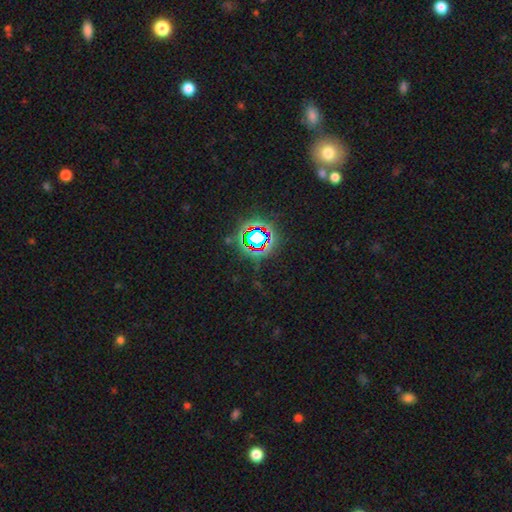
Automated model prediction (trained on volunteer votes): This appears to be a star or artifact, not a galaxy (78%).